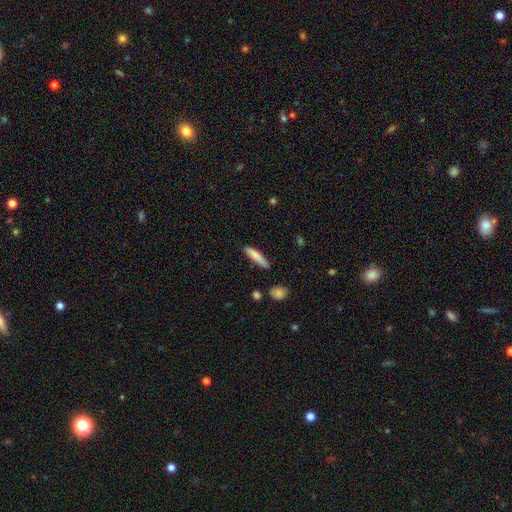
smooth_or_featured: smooth (p=0.83) [alt: featured or disk p=0.11]
how_rounded: cigar-shaped (p=0.83) [alt: in between p=0.13]
merging: none (p=0.76) [alt: minor disturbance p=0.18]